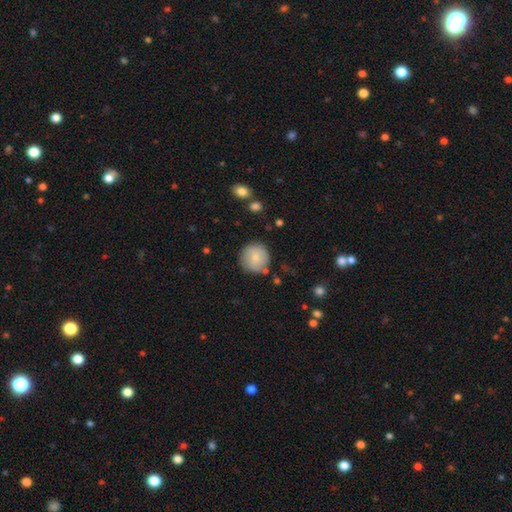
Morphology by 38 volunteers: type=smooth (76%); roundness=round (97%); merging=none (94%).